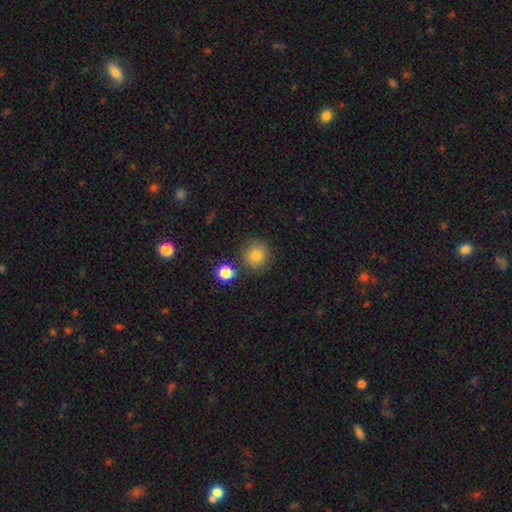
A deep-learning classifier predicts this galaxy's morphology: smooth-or-featured: smooth: 80% | star or artifact: 12% | featured or disk: 8%
  how-rounded: round: 92% | in between: 7% | cigar-shaped: 1%
  merging: none: 81% | minor disturbance: 9% | merger: 7% | major disturbance: 3%